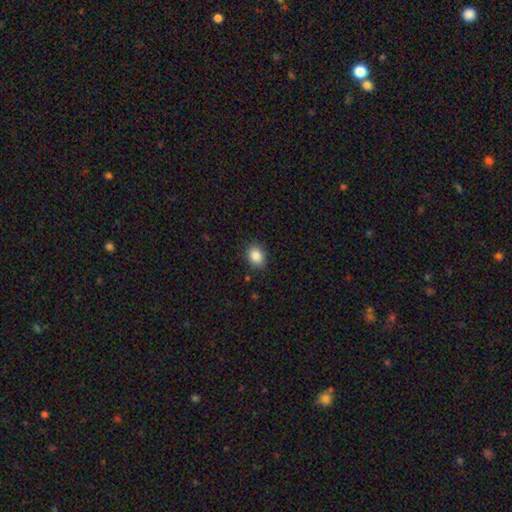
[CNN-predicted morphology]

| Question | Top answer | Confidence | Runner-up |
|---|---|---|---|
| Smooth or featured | smooth | 87% | star or artifact (9%) |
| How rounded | in between | 63% | round (36%) |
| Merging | none | 85% | minor disturbance (11%) |